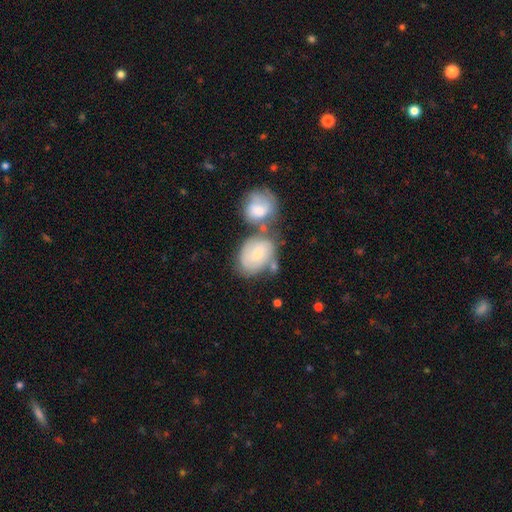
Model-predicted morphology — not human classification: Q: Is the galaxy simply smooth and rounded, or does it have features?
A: featured or disk — 49%.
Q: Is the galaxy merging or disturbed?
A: merger — 41%.